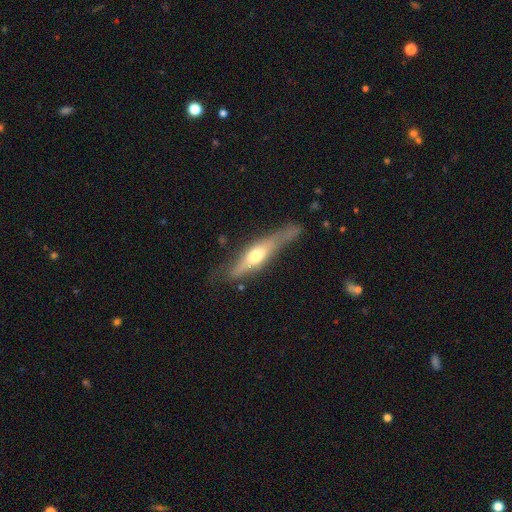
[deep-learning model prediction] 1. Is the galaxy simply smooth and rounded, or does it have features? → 60% featured or disk, 34% smooth, 5% star or artifact.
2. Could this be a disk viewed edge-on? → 86% yes, 14% no.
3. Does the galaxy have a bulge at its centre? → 86% rounded, 7% boxy, 7% none.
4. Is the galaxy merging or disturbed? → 66% none, 22% minor disturbance, 9% major disturbance, 3% merger.